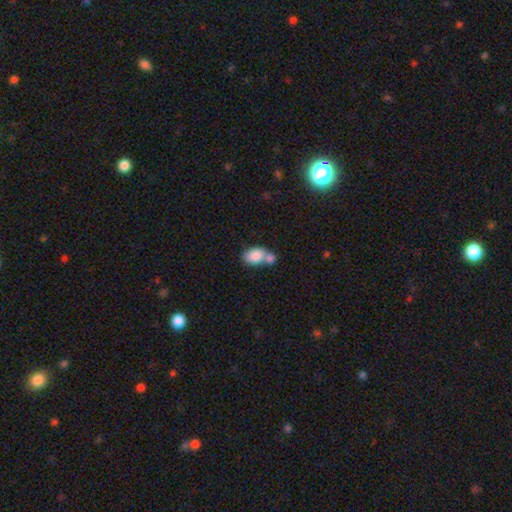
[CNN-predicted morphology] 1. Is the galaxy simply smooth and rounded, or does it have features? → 83% smooth, 9% featured or disk, 7% star or artifact.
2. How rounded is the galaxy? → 86% in between, 12% round, 1% cigar-shaped.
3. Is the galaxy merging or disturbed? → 56% merger, 29% none, 11% minor disturbance, 4% major disturbance.